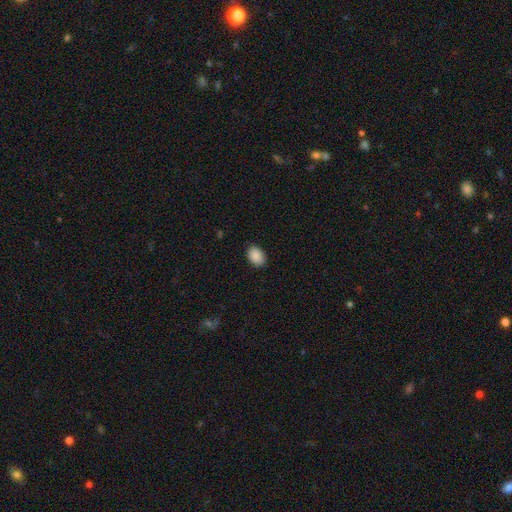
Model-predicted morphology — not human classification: Smooth or featured? Predicted: smooth (p=0.90). How rounded? Predicted: in between (p=0.77). Merging? Predicted: none (p=0.87).